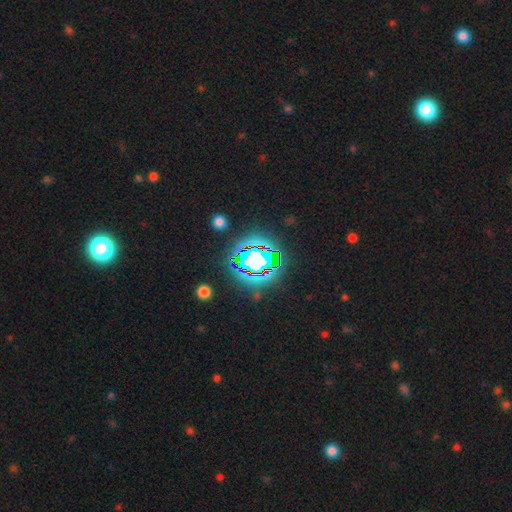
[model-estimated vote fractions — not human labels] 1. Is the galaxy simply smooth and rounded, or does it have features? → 78% star or artifact, 13% smooth, 9% featured or disk.